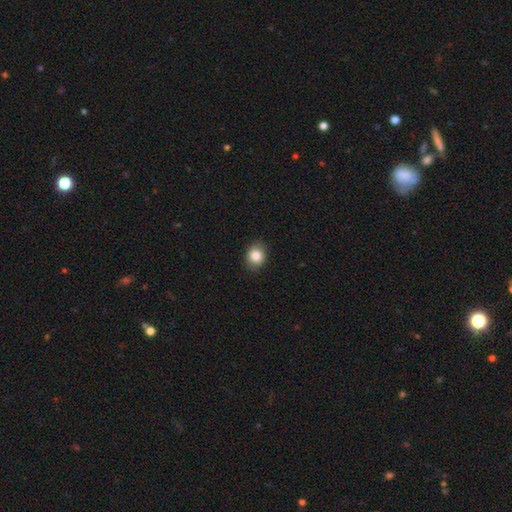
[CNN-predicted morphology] smooth 85%, star or artifact 9%, featured or disk 6%. Down the decision tree: how rounded — round (59%); merging — none (88%).